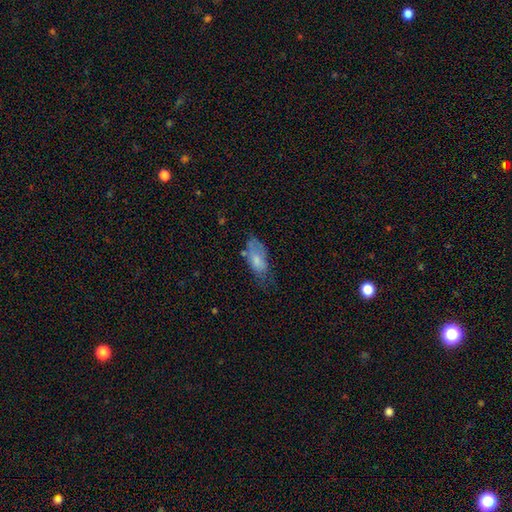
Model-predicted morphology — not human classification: Smooth or featured? Predicted: smooth (p=0.64). How rounded? Predicted: in between (p=0.85). Merging? Predicted: none (p=0.45).